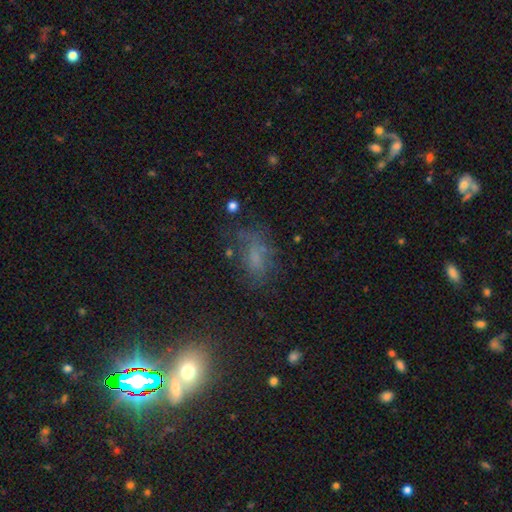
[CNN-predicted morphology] This appears to be a smooth galaxy with no disk features (51%) that is in between round and cigar-shaped (80%). Merging: none (47%).